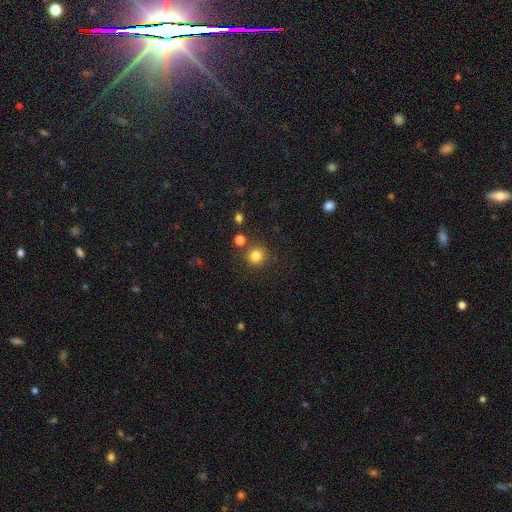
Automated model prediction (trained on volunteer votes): Smooth or featured: smooth — 82% (star or artifact — 13%)
How rounded: round — 92% (in between — 7%)
Merging: none — 81% (minor disturbance — 8%)